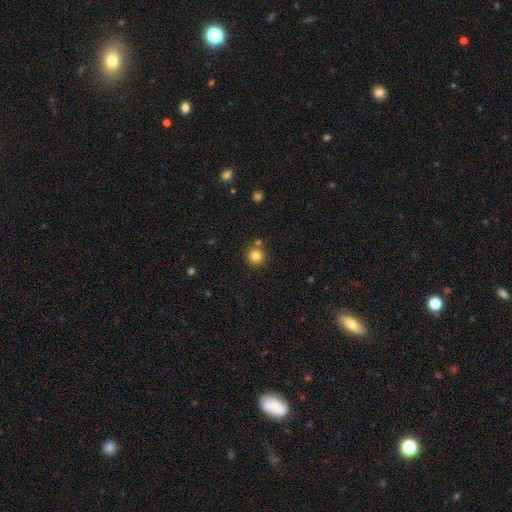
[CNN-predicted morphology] type=smooth (82%); roundness=round (94%); merging=none (78%).